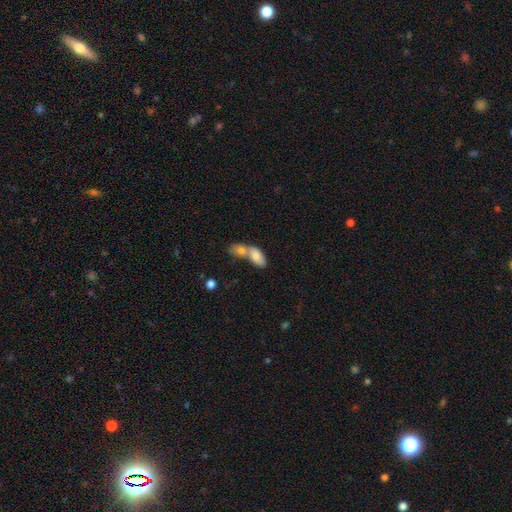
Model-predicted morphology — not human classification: smooth-or-featured: smooth: 78% | featured or disk: 16% | star or artifact: 7%
  how-rounded: in between: 87% | cigar-shaped: 7% | round: 6%
  merging: merger: 71% | none: 19% | minor disturbance: 7% | major disturbance: 4%